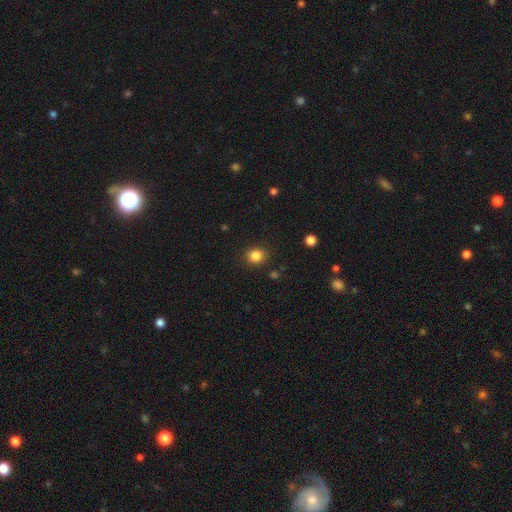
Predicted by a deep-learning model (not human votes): Overall: smooth (84%). How rounded: round (78%). Merging: none (87%).